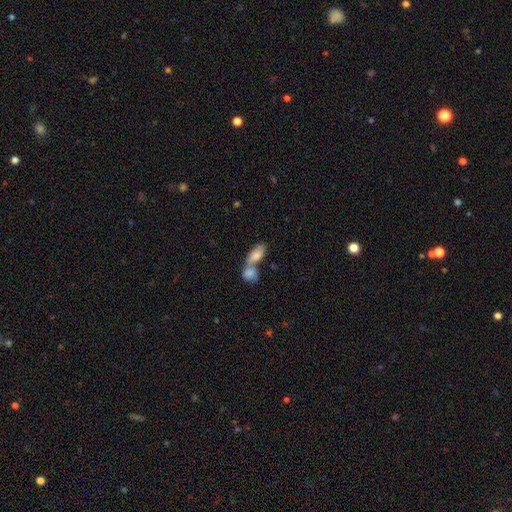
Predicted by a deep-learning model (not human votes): A smooth galaxy with no disk features (71%) that is in between round and cigar-shaped (81%).

Vote fractions:
- Smooth or featured? smooth: 71% / featured or disk: 19% / star or artifact: 9%
- How rounded? in between: 81% / cigar-shaped: 12% / round: 7%
- Merging? merger: 66% / none: 23% / minor disturbance: 7% / major disturbance: 4%